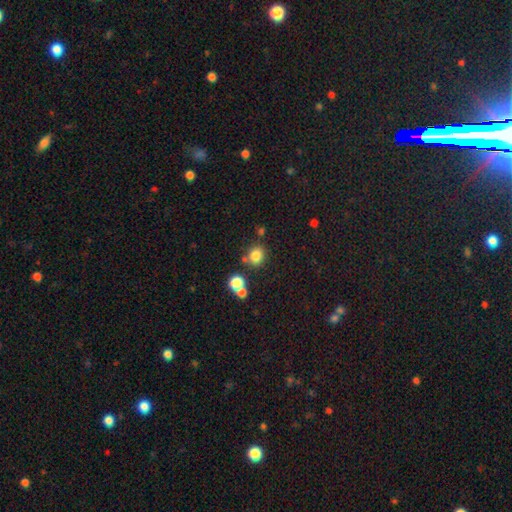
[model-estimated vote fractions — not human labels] Overall: smooth (80%). How rounded: round (68%; in between 31%). Merging: none (73%).